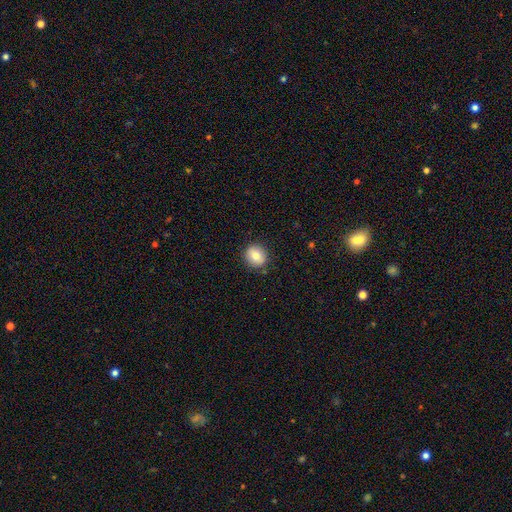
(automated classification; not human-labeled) A smooth galaxy with no disk features (79%) that is round (83%). Merging: none (89%).